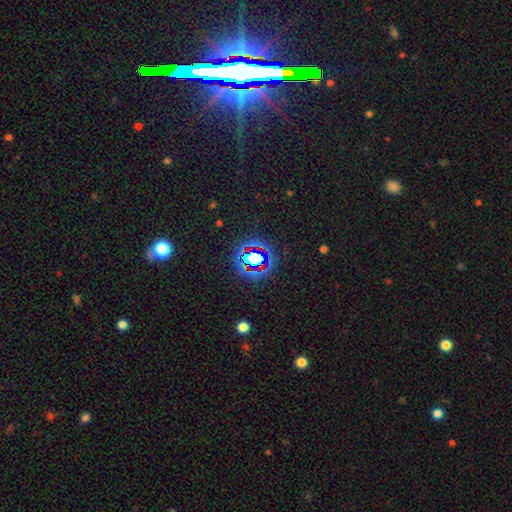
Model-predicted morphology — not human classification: The model was most divided on "smooth or featured": star or artifact: 76%, featured or disk: 12%, smooth: 12%.